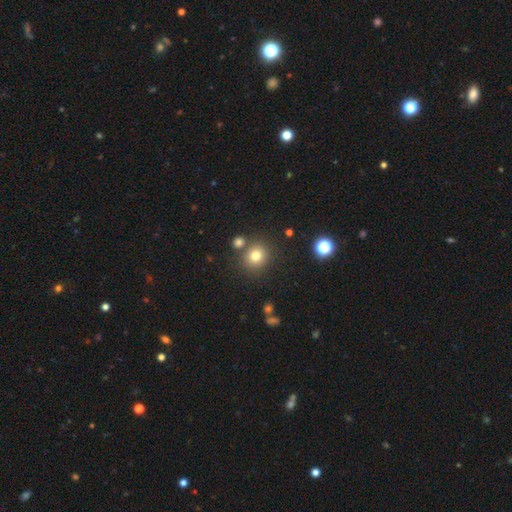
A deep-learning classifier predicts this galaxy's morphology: This is likely a smooth galaxy (78%). How rounded: clearly round (86%). Merging: likely none (78%).